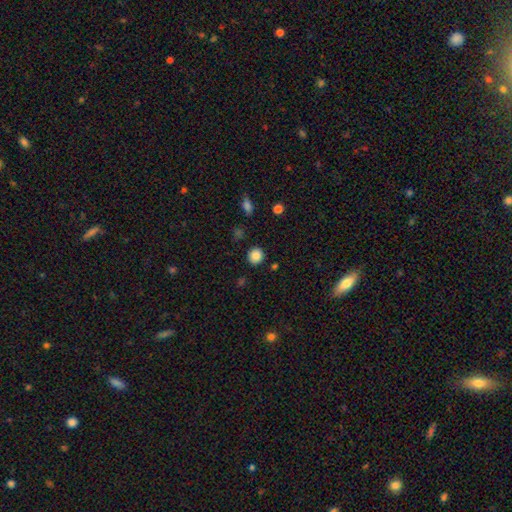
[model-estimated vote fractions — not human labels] smooth 86%, star or artifact 10%, featured or disk 4%. Down the decision tree: how rounded — round (89%); merging — none (89%).